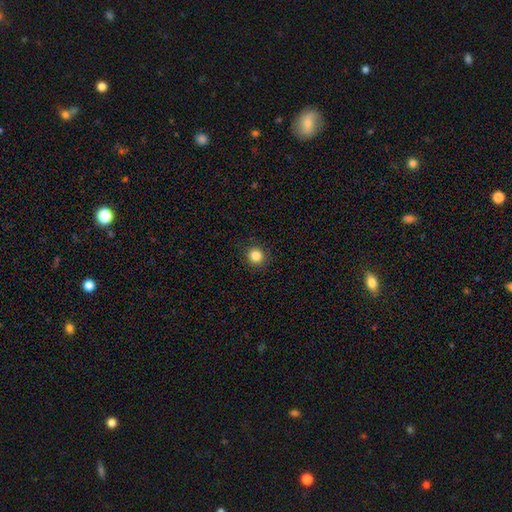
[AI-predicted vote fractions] This is clearly a smooth galaxy (85%). How rounded: clearly round (93%). Merging: clearly none (91%).